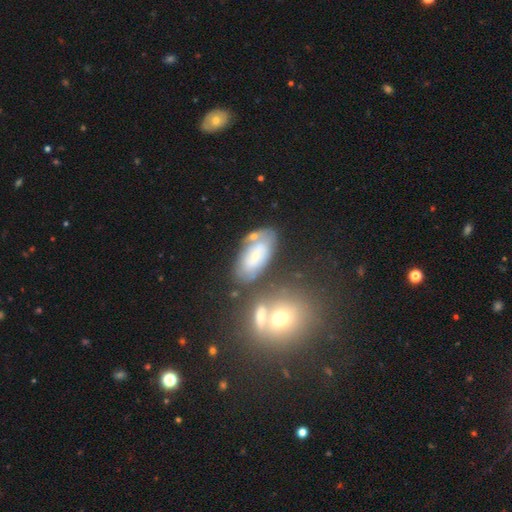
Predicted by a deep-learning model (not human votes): smooth-or-featured: featured or disk: 57% | smooth: 34% | star or artifact: 9%
  disk-edge-on: no: 92% | yes: 8%
    bar: no: 69% | weak: 24% | strong: 6%
    has-spiral-arms: yes: 62% | no: 38%
    bulge-size: small: 69% | moderate: 25% | none: 3% | large: 2% | dominant: 1%
  merging: none: 59% | minor disturbance: 18% | merger: 15% | major disturbance: 8%